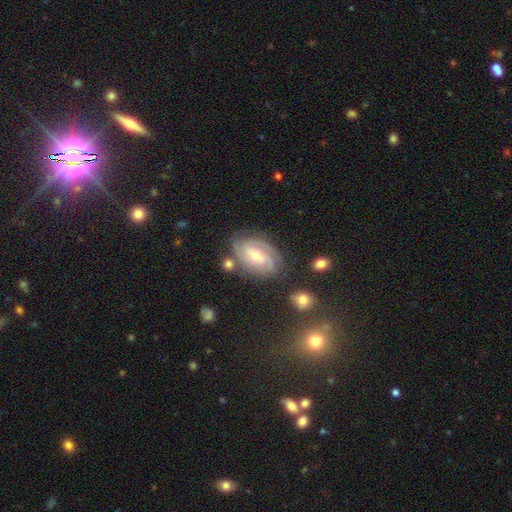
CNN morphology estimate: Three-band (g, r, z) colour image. It shows a featured or disk galaxy (78%) with no bar (43%, tied with weak), 2 (32%) tight (64%) spiral arms (95%) and a moderate central bulge (49%). Merging: none (72%).